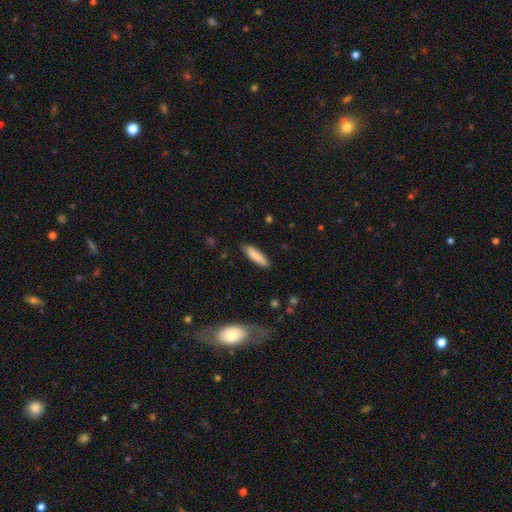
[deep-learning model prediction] smooth 84%, featured or disk 10%, star or artifact 6%. Down the decision tree: how rounded — cigar-shaped (72%); merging — none (86%).